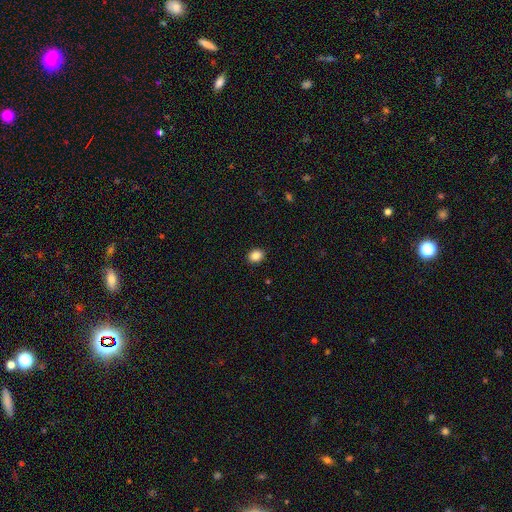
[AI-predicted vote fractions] This appears to be a smooth galaxy with no disk features (87%) that is in between round and cigar-shaped (51%). Merging: none (91%).